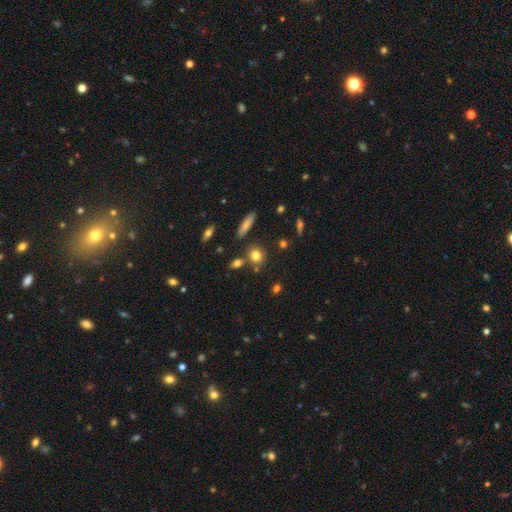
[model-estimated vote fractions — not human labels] A smooth galaxy with no disk features (77%) that is round (68%). Merging: none (71%).